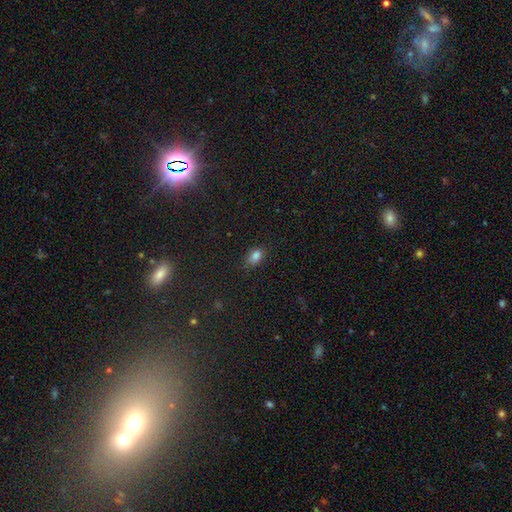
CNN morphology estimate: type=smooth (82%); roundness=in between (83%); merging=none (73%).